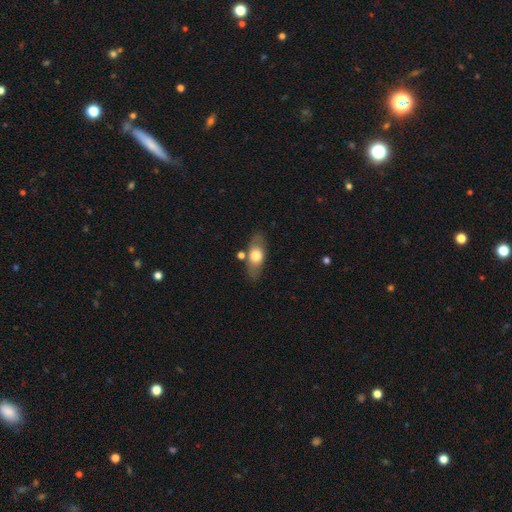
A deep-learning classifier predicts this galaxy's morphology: Smooth or featured: smooth — 63% (featured or disk — 31%)
How rounded: in between — 76% (cigar-shaped — 14%)
Merging: none — 74% (minor disturbance — 15%)